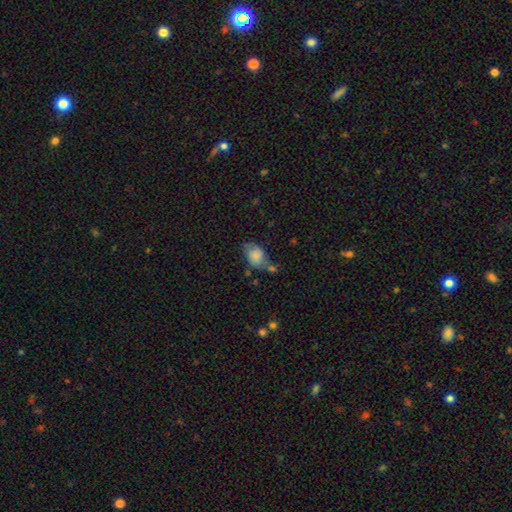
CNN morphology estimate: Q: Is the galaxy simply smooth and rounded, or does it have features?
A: smooth — 73%.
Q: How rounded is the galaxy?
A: in between — 79%.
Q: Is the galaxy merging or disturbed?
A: none — 43%.